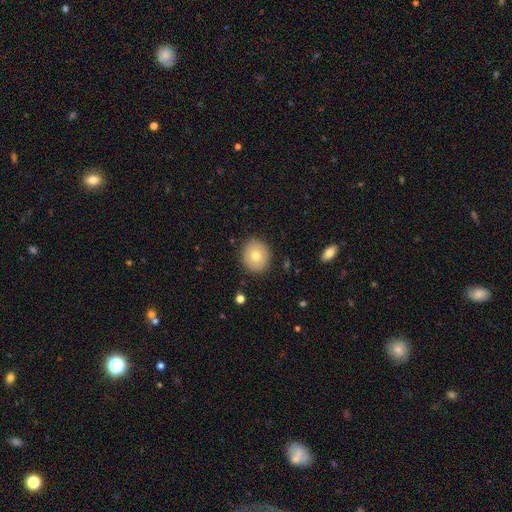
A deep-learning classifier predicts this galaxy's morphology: Overall: smooth (74%). How rounded: round (80%). Merging: none (88%).